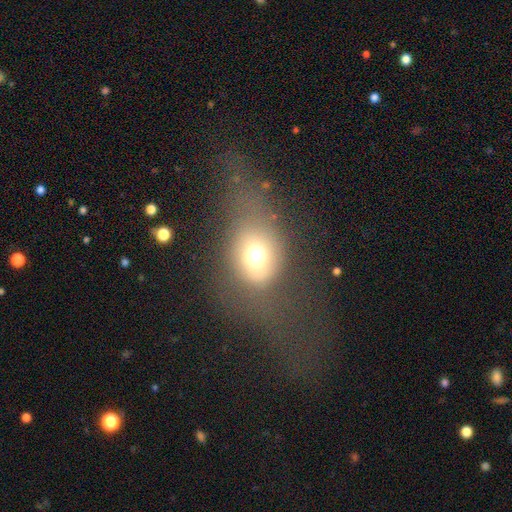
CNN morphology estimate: smooth-or-featured: smooth: 67% | featured or disk: 18% | star or artifact: 14%
  how-rounded: round: 53% | in between: 45% | cigar-shaped: 2%
  merging: none: 50% | major disturbance: 26% | minor disturbance: 21% | merger: 3%